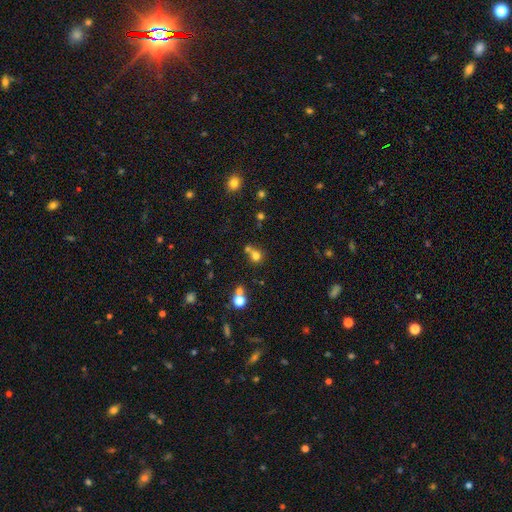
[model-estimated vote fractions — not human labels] Smooth or featured?
  - smooth: 72% *
  - star or artifact: 18%
  - featured or disk: 10%
How rounded?
  - round: 80% *
  - in between: 19%
  - cigar-shaped: 1%
Merging?
  - none: 49% *
  - merger: 35%
  - minor disturbance: 10%
  - major disturbance: 5%